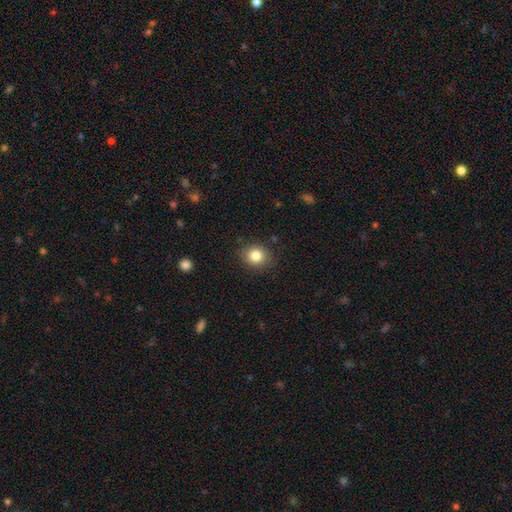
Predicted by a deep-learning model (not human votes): smooth_or_featured: smooth (p=0.83) [alt: star or artifact p=0.10]
how_rounded: round (p=0.76) [alt: in between p=0.23]
merging: none (p=0.87) [alt: minor disturbance p=0.09]